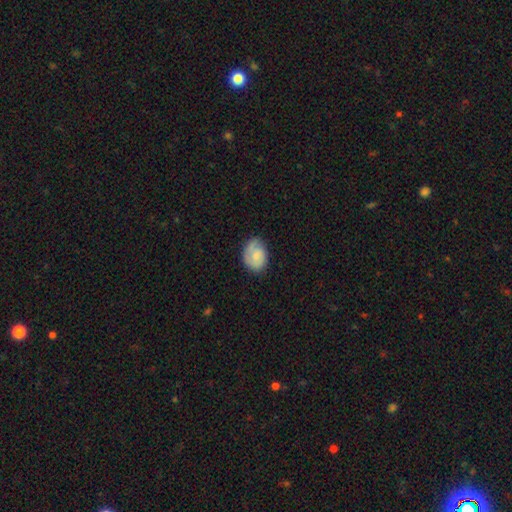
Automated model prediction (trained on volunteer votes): This is likely a smooth galaxy (62%). How rounded: possibly in between (60%). Merging: likely none (65%).